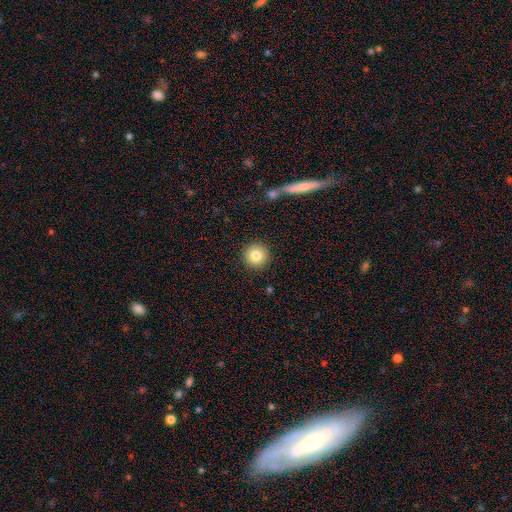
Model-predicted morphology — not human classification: This is clearly a smooth galaxy (82%). How rounded: clearly round (96%). Merging: clearly none (91%).